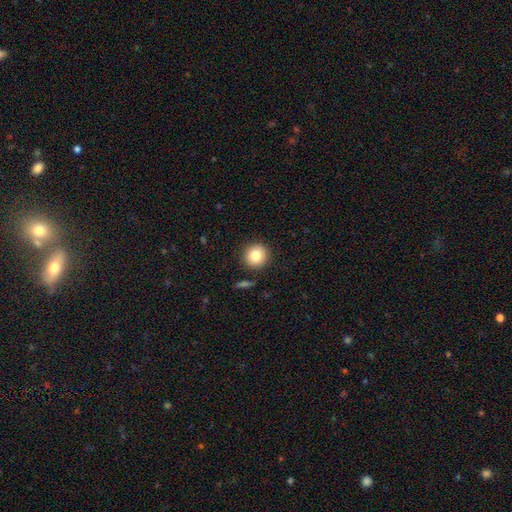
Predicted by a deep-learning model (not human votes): smooth_or_featured: smooth (p=0.82) [alt: star or artifact p=0.10]
how_rounded: round (p=0.94) [alt: in between p=0.05]
merging: none (p=0.90) [alt: minor disturbance p=0.06]